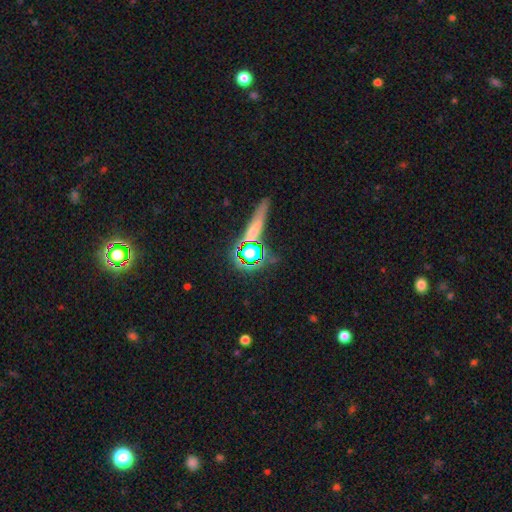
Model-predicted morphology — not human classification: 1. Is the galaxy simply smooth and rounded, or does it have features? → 58% star or artifact, 25% smooth, 17% featured or disk.